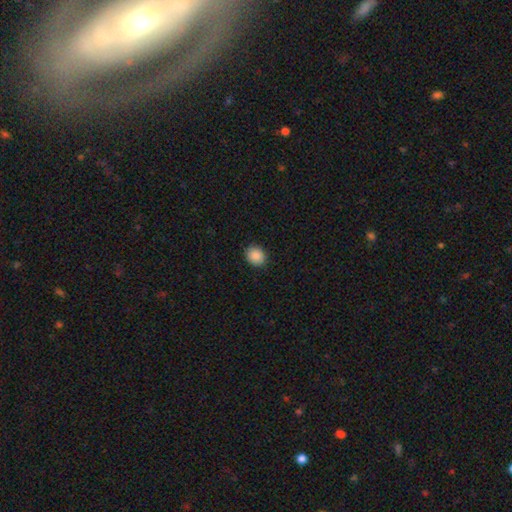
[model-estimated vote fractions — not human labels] Morphology: type=smooth (89%); roundness=round (66%); merging=none (90%).